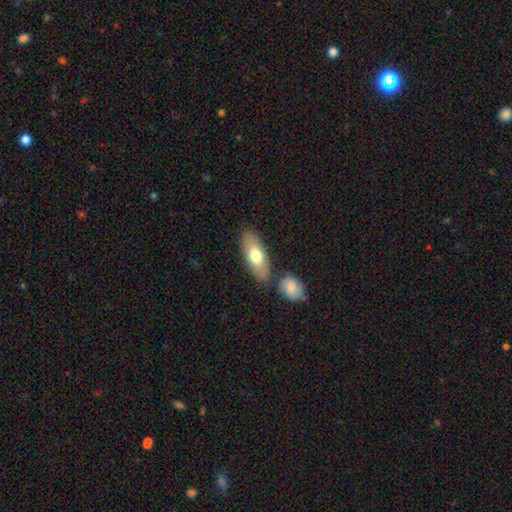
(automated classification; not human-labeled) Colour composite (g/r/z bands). It shows a smooth galaxy with no disk features (68%) that is in between round and cigar-shaped (79%). Merging: none (78%).